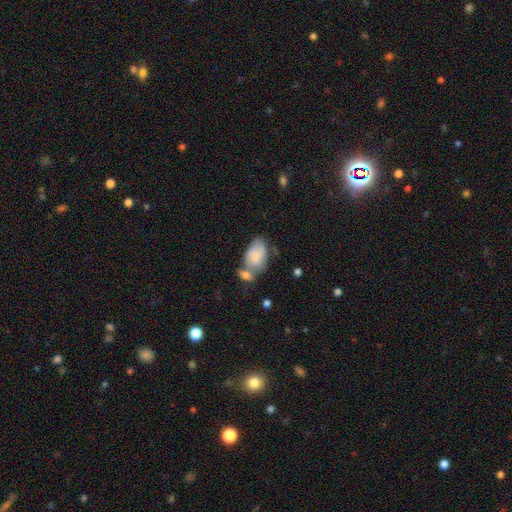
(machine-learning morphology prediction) smooth_or_featured: smooth (p=0.69) [alt: featured or disk p=0.24]
how_rounded: in between (p=0.90) [alt: round p=0.09]
merging: merger (p=0.40) [alt: none p=0.28]